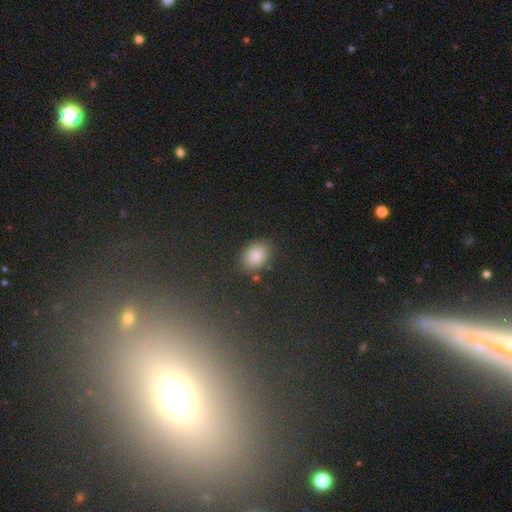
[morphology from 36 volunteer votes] Volunteers were most divided on "how rounded": in between: 74%, round: 26%, cigar-shaped: 0%. More confident: smooth or featured — smooth (97%); merging — none (86%).